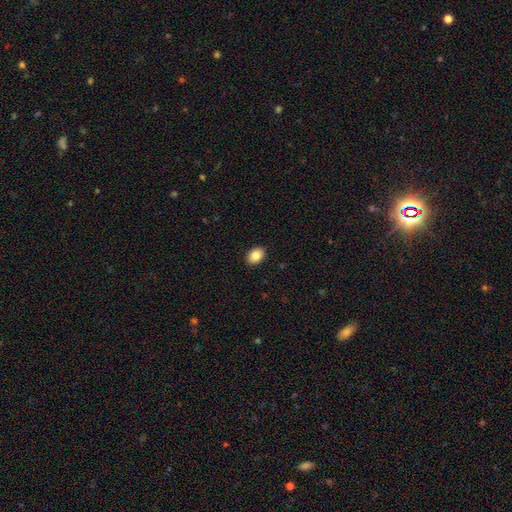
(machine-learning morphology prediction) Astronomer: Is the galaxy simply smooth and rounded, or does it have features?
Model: smooth — 86%.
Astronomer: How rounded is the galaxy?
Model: in between — 73%.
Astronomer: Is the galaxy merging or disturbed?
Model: none — 91%.